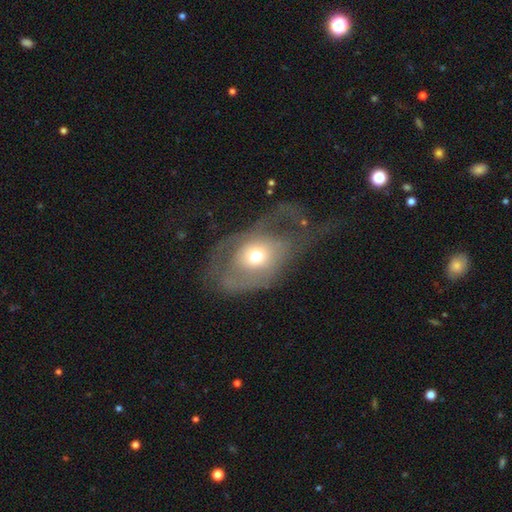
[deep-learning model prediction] smooth-or-featured: featured or disk: 48% | smooth: 43% | star or artifact: 9%
  merging: major disturbance: 47% | none: 31% | minor disturbance: 19% | merger: 3%